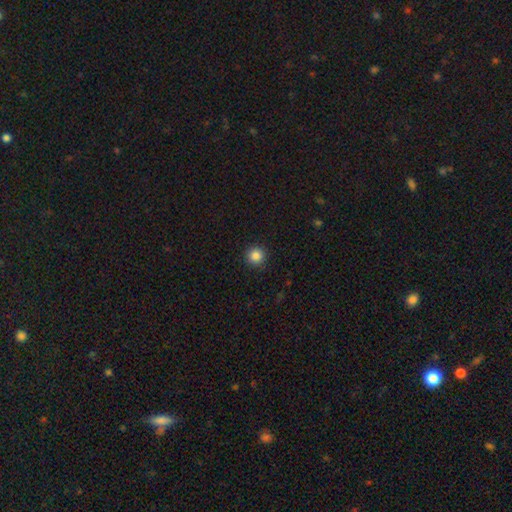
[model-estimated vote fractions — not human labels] A smooth galaxy with no disk features (85%) that is round (96%).

Vote fractions:
- Smooth or featured? smooth: 85% / star or artifact: 11% / featured or disk: 4%
- How rounded? round: 96% / in between: 3% / cigar-shaped: 1%
- Merging? none: 92% / minor disturbance: 5% / major disturbance: 2% / merger: 1%